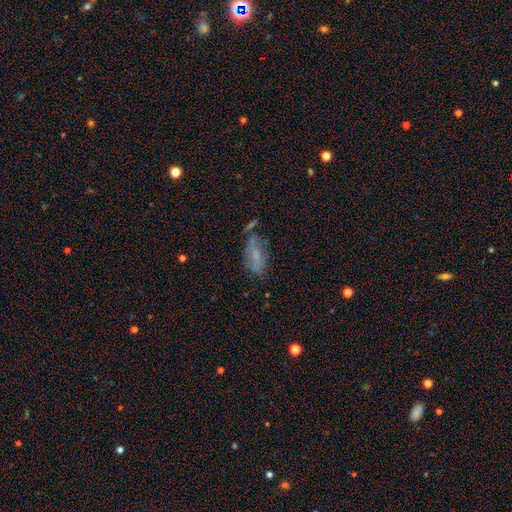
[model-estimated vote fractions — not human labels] Smooth or featured? smooth (50%)
Merging? none (54%)